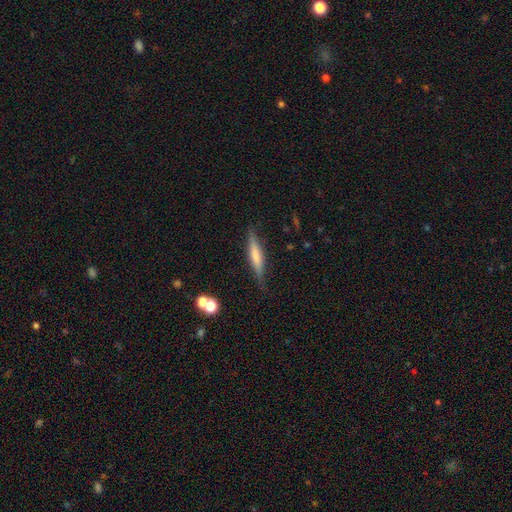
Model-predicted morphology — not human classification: smooth 52%, featured or disk 41%, star or artifact 7%. Down the decision tree: how rounded — cigar-shaped (86%); merging — none (82%).